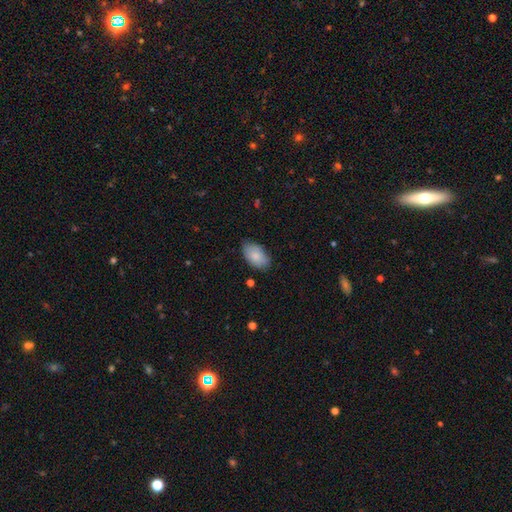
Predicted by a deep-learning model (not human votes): Smooth or featured? Predicted: smooth (p=0.84). How rounded? Predicted: in between (p=0.93). Merging? Predicted: none (p=0.78).